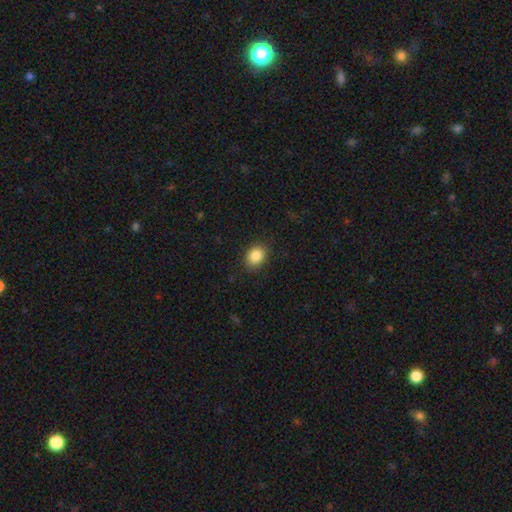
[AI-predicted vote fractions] A smooth galaxy with no disk features (86%) that is round (54%). Merging: none (85%).